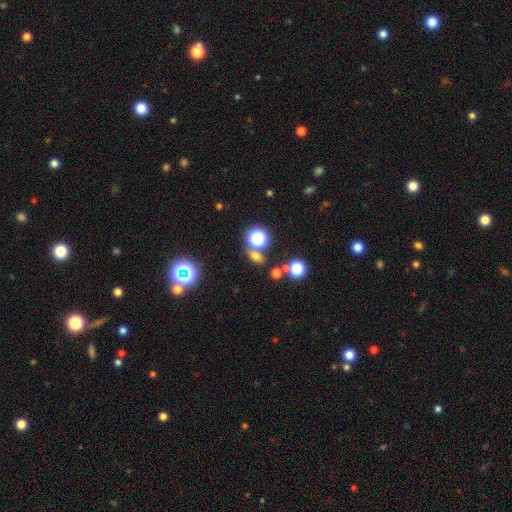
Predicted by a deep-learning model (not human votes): Smooth or featured? smooth (60%)
How rounded? in between (52%)
Merging? none (67%)